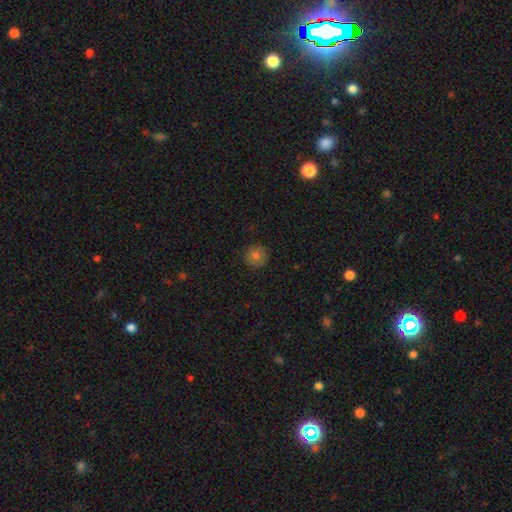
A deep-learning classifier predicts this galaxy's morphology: Q: Smooth or featured?
A: smooth (80%); runner-up: star or artifact (12%)
Q: How rounded?
A: round (95%); runner-up: in between (4%)
Q: Merging?
A: none (90%); runner-up: minor disturbance (7%)